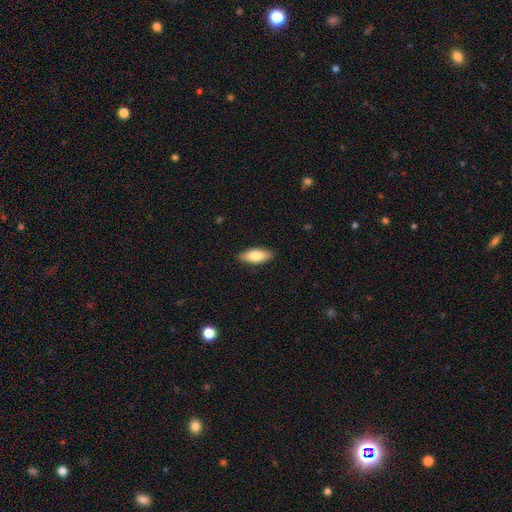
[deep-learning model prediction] smooth-or-featured: smooth: 78% | featured or disk: 16% | star or artifact: 6%
  how-rounded: in between: 77% | cigar-shaped: 21% | round: 2%
  merging: none: 88% | minor disturbance: 9% | major disturbance: 2% | merger: 1%